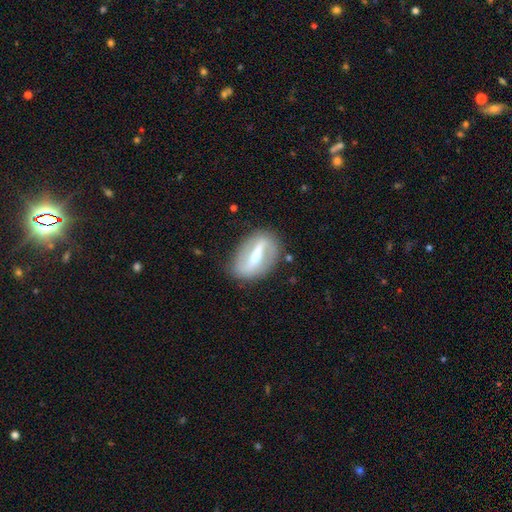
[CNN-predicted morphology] smooth-or-featured: featured or disk: 70% | smooth: 24% | star or artifact: 6%
  disk-edge-on: no: 85% | yes: 15%
    bar: strong: 75% | weak: 18% | no: 7%
    has-spiral-arms: no: 53% | yes: 47%
    bulge-size: moderate: 56% | small: 22% | large: 14% | none: 5% | dominant: 2%
  merging: none: 80% | minor disturbance: 13% | major disturbance: 6% | merger: 2%